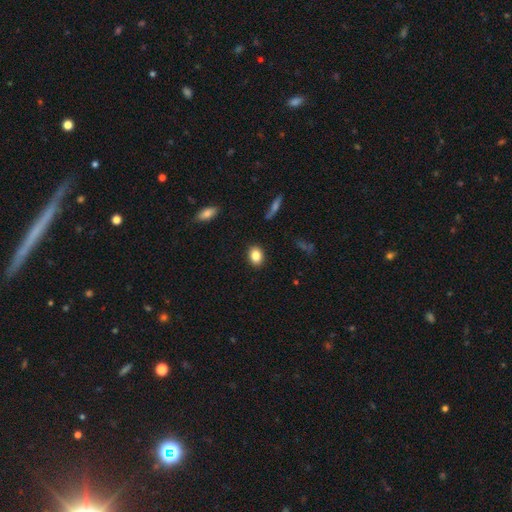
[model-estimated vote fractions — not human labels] Smooth or featured?
  - smooth: 84% *
  - star or artifact: 9%
  - featured or disk: 7%
How rounded?
  - in between: 61% *
  - round: 38%
  - cigar-shaped: 1%
Merging?
  - none: 89% *
  - minor disturbance: 7%
  - major disturbance: 2%
  - merger: 1%